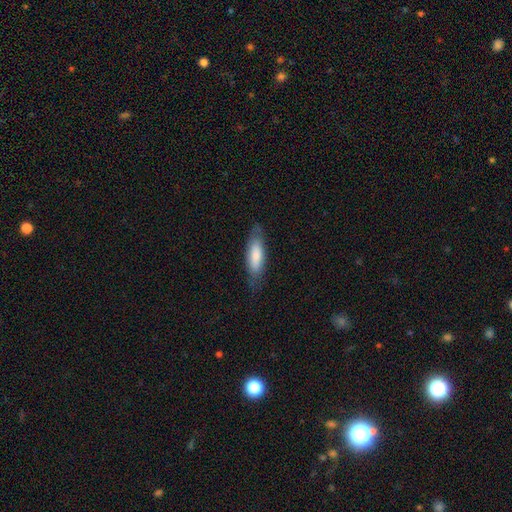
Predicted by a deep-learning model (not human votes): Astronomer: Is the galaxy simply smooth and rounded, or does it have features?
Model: smooth — 75%.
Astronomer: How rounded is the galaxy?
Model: in between — 56% (runner-up: cigar-shaped, 43%).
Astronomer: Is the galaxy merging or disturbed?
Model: none — 74%.